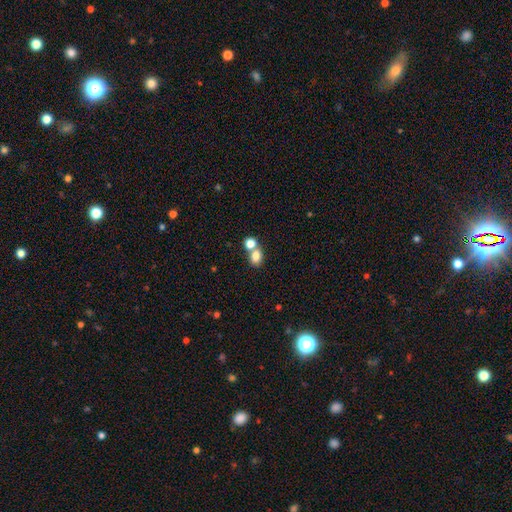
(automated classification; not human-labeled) smooth_or_featured: smooth (p=0.80) [alt: star or artifact p=0.11]
how_rounded: in between (p=0.61) [alt: round p=0.38]
merging: merger (p=0.49) [alt: none p=0.40]